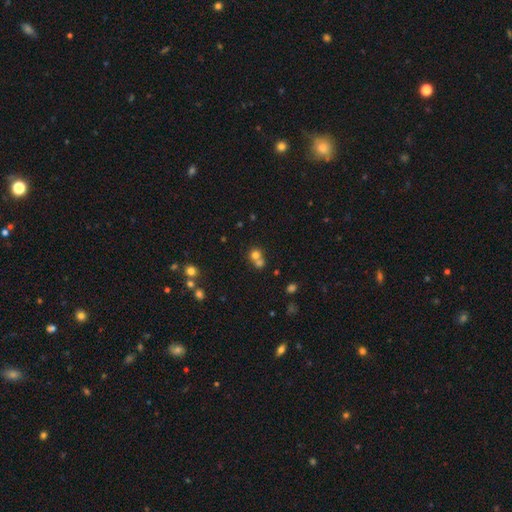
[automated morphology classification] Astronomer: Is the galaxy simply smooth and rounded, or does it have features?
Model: smooth — 71%.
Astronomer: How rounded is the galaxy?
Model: round — 85%.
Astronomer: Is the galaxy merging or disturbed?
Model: merger — 51% (runner-up: none, 41%).